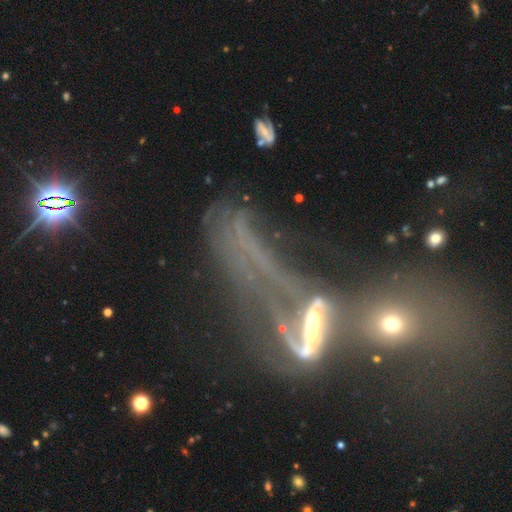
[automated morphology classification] A featured or disk galaxy (50%).

Vote fractions:
- Smooth or featured? featured or disk: 50% / star or artifact: 26% / smooth: 24%
- Edge-on disk? no: 67% / yes: 33%
- Merging? merger: 53% / major disturbance: 27% / none: 12% / minor disturbance: 8%